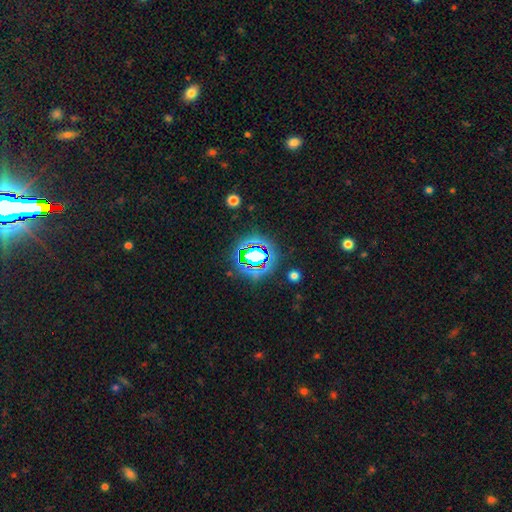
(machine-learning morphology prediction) Smooth or featured: star or artifact — 65% (smooth — 22%)